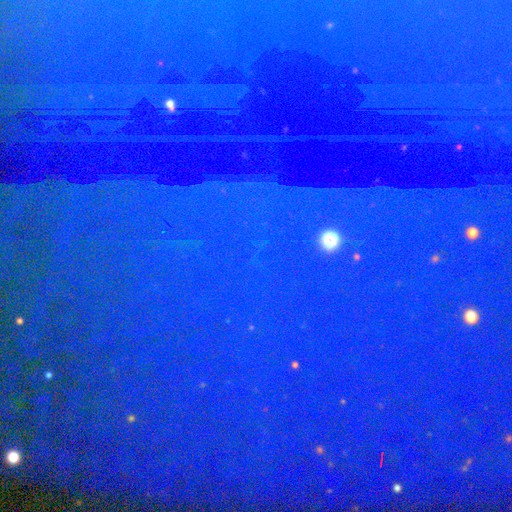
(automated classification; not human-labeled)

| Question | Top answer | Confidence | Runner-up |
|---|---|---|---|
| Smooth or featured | star or artifact | 84% | featured or disk (8%) |